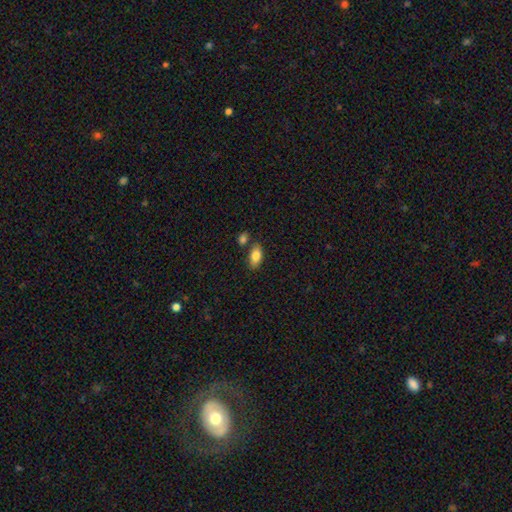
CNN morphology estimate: smooth_or_featured: smooth (p=0.83) [alt: featured or disk p=0.10]
how_rounded: in between (p=0.91) [alt: cigar-shaped p=0.05]
merging: none (p=0.74) [alt: minor disturbance p=0.12]